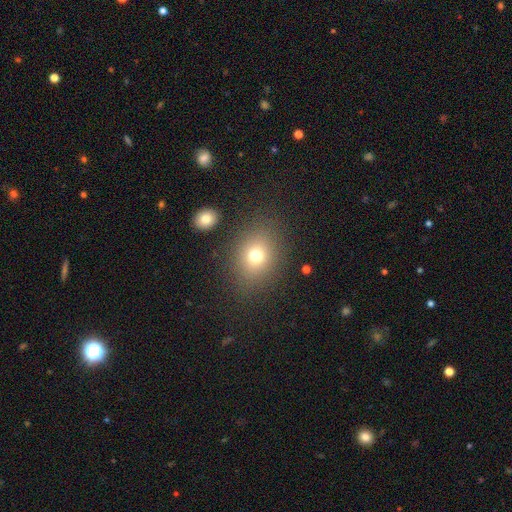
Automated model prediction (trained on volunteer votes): A smooth galaxy with no disk features (73%) that is round (52%). Merging: none (82%).